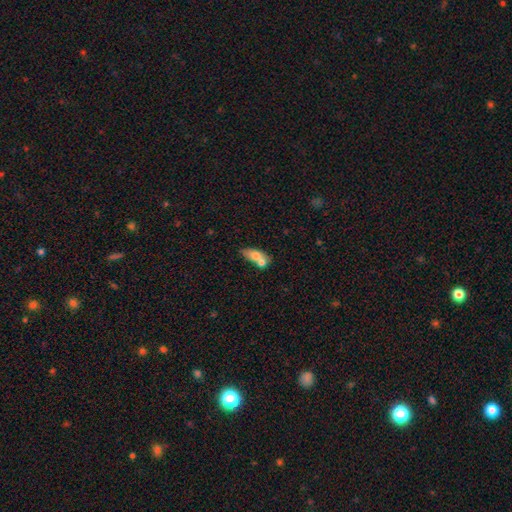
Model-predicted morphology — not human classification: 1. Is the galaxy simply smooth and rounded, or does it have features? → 68% smooth, 24% featured or disk, 8% star or artifact.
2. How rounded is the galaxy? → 76% in between, 14% cigar-shaped, 10% round.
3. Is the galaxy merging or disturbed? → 48% merger, 32% none, 14% minor disturbance, 7% major disturbance.